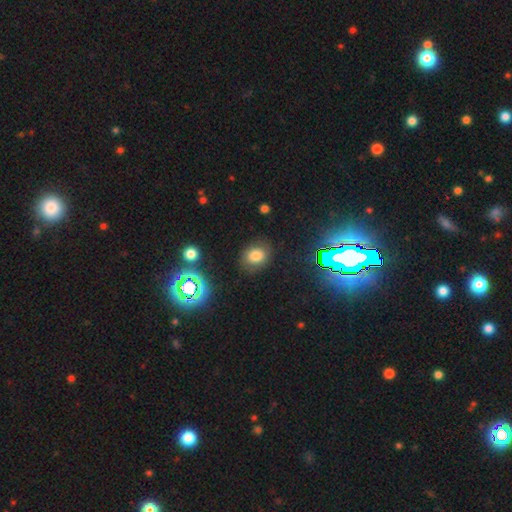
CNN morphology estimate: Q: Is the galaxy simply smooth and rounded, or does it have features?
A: smooth — 73%.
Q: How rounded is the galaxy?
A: round — 56%.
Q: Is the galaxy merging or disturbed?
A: none — 79%.